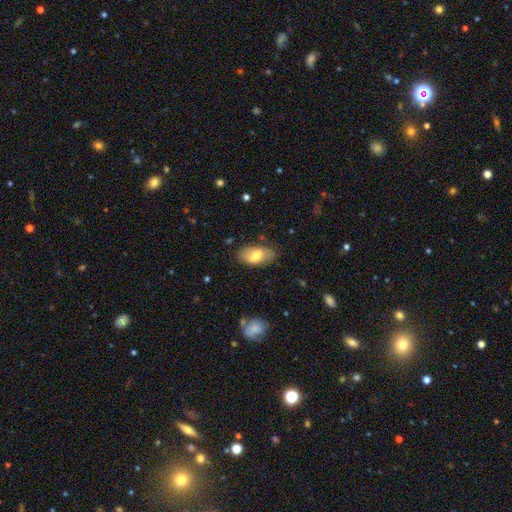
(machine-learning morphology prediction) This is likely a smooth galaxy (70%). How rounded: clearly in between (93%). Merging: likely none (79%).